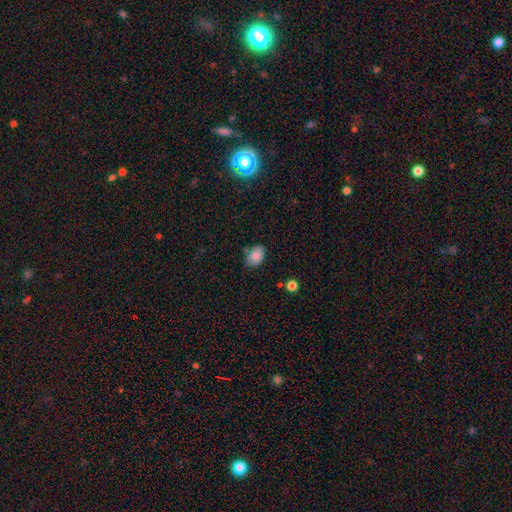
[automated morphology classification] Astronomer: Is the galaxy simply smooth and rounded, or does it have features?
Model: smooth — 85%.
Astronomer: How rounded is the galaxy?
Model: in between — 84%.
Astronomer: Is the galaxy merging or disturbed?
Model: none — 72%.